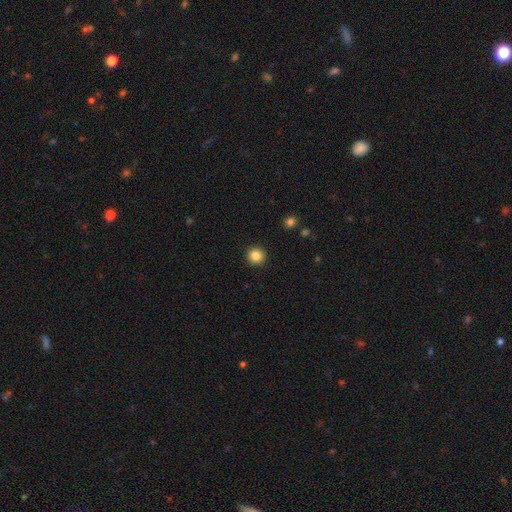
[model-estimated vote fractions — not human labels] Q: Smooth or featured?
A: smooth (85%); runner-up: star or artifact (11%)
Q: How rounded?
A: round (95%); runner-up: in between (4%)
Q: Merging?
A: none (93%); runner-up: minor disturbance (5%)